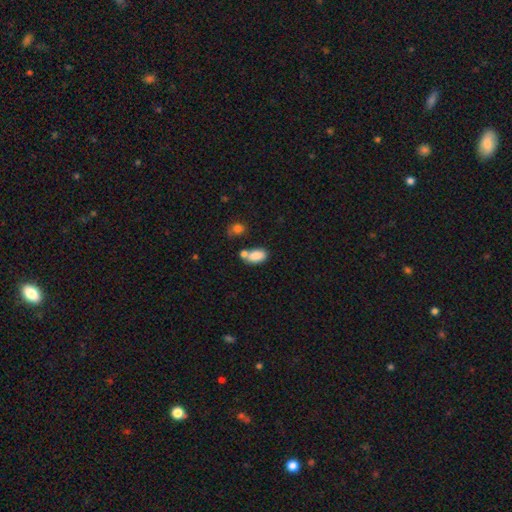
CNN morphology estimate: Smooth or featured? smooth (83%)
How rounded? in between (89%)
Merging? none (44%)